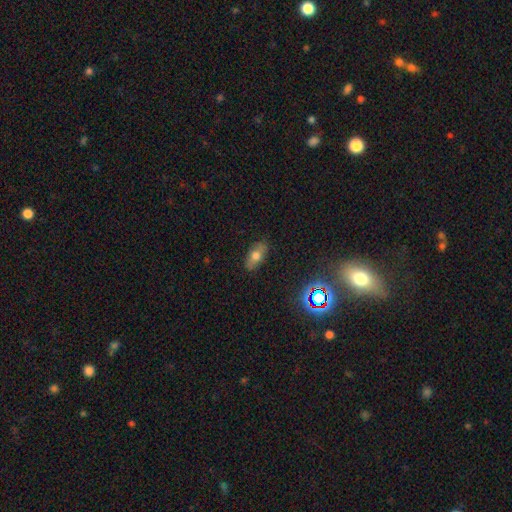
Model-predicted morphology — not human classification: Overall: smooth (65%). How rounded: in between (85%). Merging: none (83%).